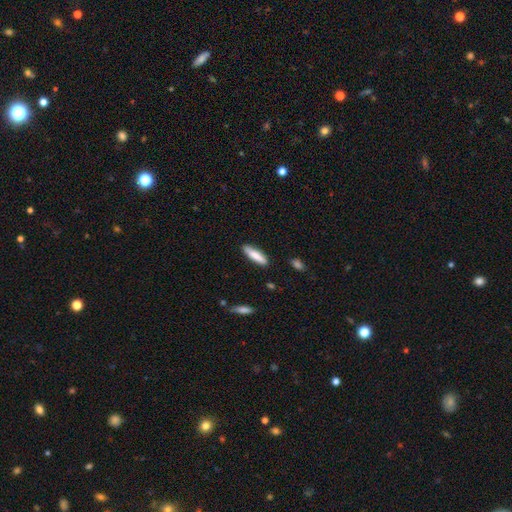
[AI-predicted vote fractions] Q: Smooth or featured?
A: smooth (80%); runner-up: featured or disk (14%)
Q: How rounded?
A: cigar-shaped (72%); runner-up: in between (26%)
Q: Merging?
A: none (86%); runner-up: minor disturbance (10%)